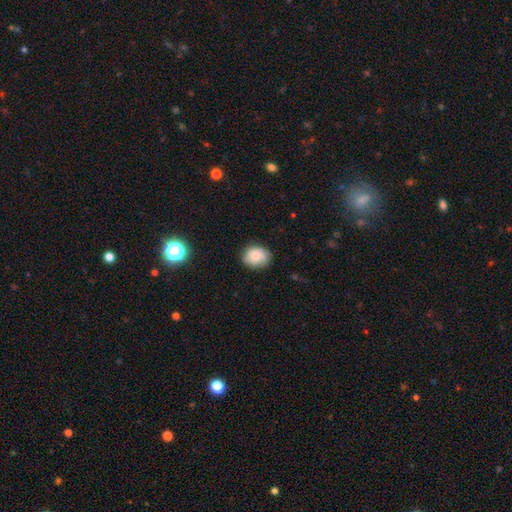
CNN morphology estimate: smooth 67%, featured or disk 24%, star or artifact 9%. Down the decision tree: how rounded — round (50%); merging — none (74%).